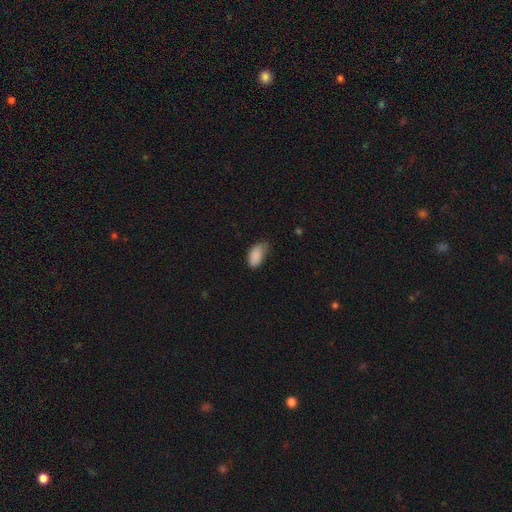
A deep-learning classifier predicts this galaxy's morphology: This is clearly a smooth galaxy (88%). How rounded: clearly in between (94%). Merging: possibly none (52%).